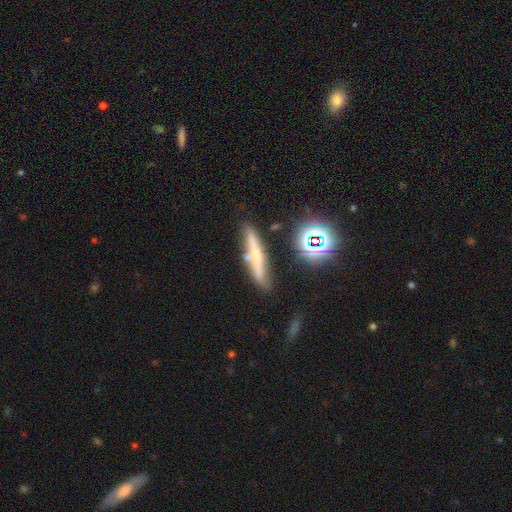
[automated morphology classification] Smooth or featured? smooth (43%)
Merging? none (75%)